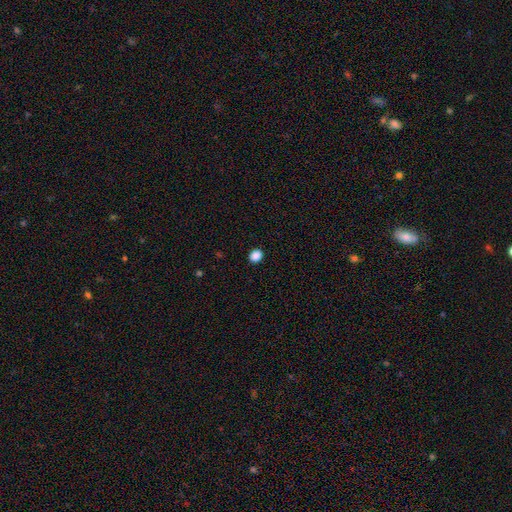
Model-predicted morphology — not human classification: Q: Smooth or featured?
A: smooth (87%); runner-up: star or artifact (10%)
Q: How rounded?
A: round (68%); runner-up: in between (31%)
Q: Merging?
A: none (92%); runner-up: minor disturbance (6%)